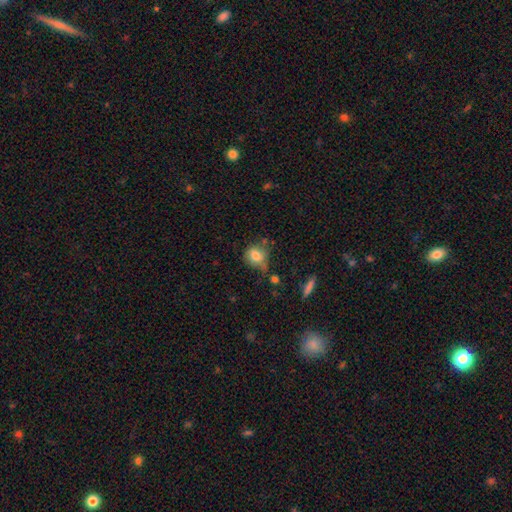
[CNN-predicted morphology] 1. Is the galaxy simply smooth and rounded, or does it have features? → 78% smooth, 12% featured or disk, 10% star or artifact.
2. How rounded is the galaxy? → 70% round, 28% in between, 1% cigar-shaped.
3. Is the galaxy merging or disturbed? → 51% none, 28% minor disturbance, 11% major disturbance, 10% merger.